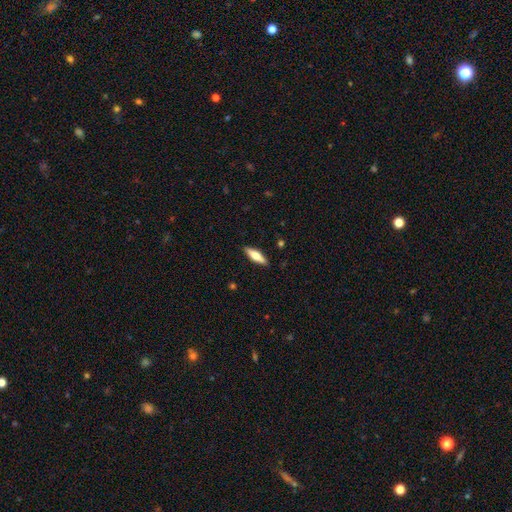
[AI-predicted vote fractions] Smooth or featured? Predicted: smooth (p=0.62). How rounded? Predicted: cigar-shaped (p=0.56). Merging? Predicted: none (p=0.88).